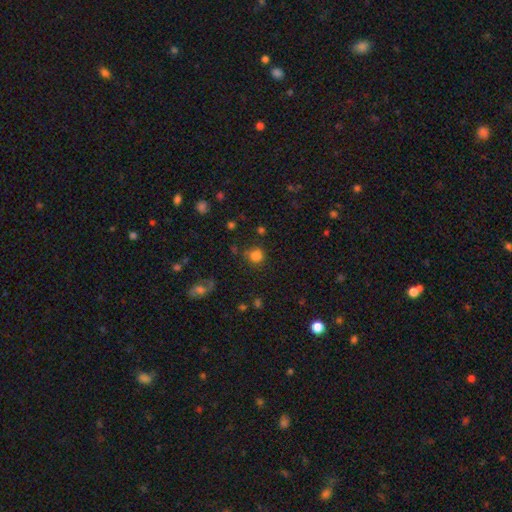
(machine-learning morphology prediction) Smooth or featured? smooth (81%)
How rounded? round (84%)
Merging? none (74%)